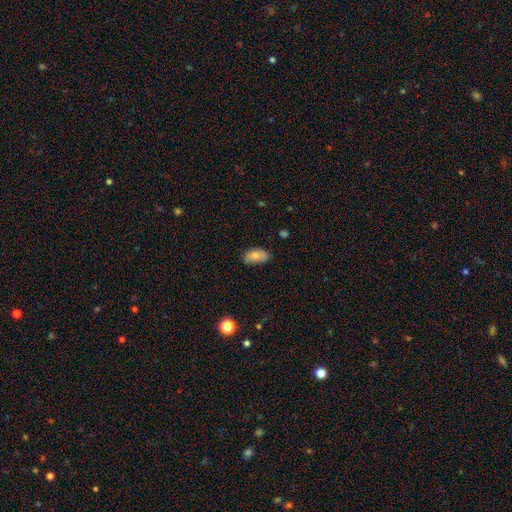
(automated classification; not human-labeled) Smooth or featured?
  - smooth: 79% *
  - featured or disk: 14%
  - star or artifact: 8%
How rounded?
  - in between: 93% *
  - round: 4%
  - cigar-shaped: 3%
Merging?
  - none: 70% *
  - minor disturbance: 24%
  - major disturbance: 4%
  - merger: 2%